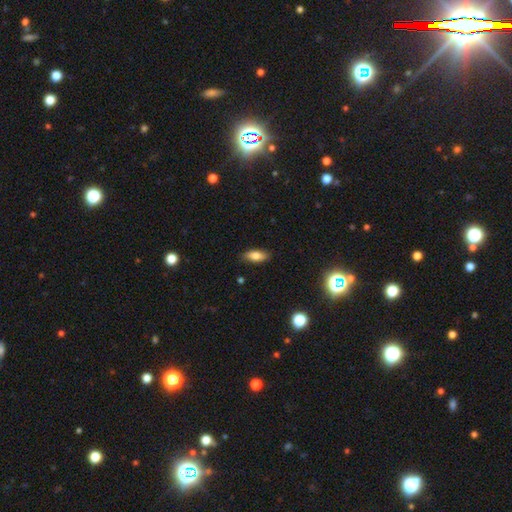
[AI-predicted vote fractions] Smooth or featured: smooth — 79% (featured or disk — 13%)
How rounded: in between — 82% (cigar-shaped — 15%)
Merging: none — 85% (minor disturbance — 12%)